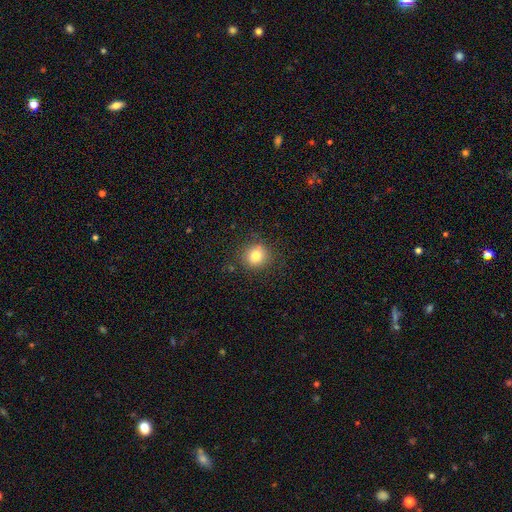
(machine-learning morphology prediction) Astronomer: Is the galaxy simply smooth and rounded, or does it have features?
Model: smooth — 80%.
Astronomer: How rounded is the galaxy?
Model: round — 86%.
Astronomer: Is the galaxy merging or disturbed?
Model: none — 85%.